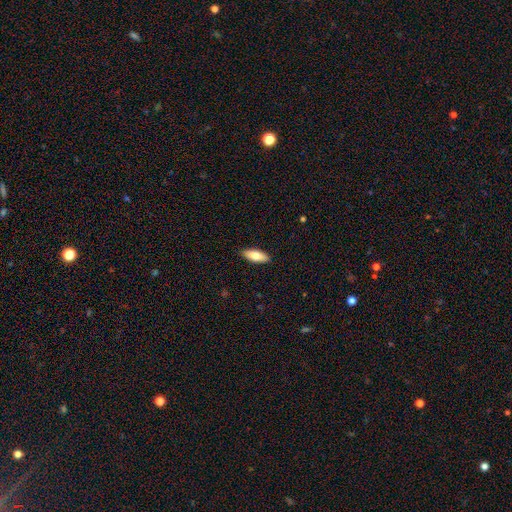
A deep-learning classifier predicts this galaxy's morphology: Smooth or featured?
  - smooth: 79% *
  - featured or disk: 15%
  - star or artifact: 6%
How rounded?
  - in between: 71% *
  - cigar-shaped: 27%
  - round: 2%
Merging?
  - none: 90% *
  - minor disturbance: 8%
  - major disturbance: 2%
  - merger: 1%